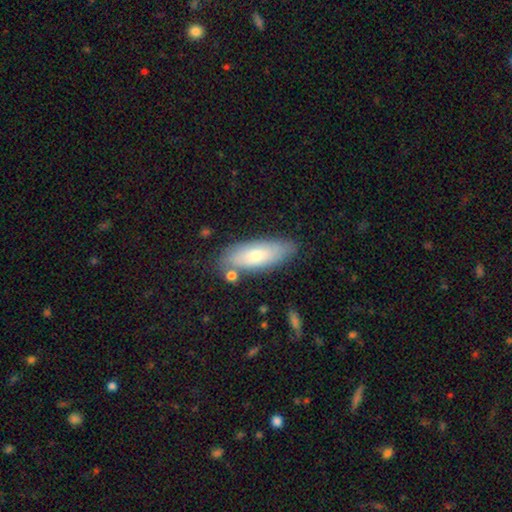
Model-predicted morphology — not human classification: smooth_or_featured: smooth (p=0.69) [alt: featured or disk p=0.25]
how_rounded: in between (p=0.69) [alt: cigar-shaped p=0.29]
merging: none (p=0.77) [alt: minor disturbance p=0.15]